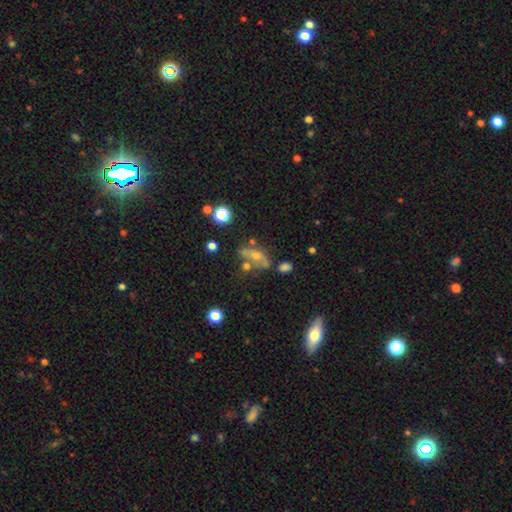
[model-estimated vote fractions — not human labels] The model was most divided on "smooth or featured": featured or disk: 47%, smooth: 32%, star or artifact: 20%. Remaining: merging — none (42%).